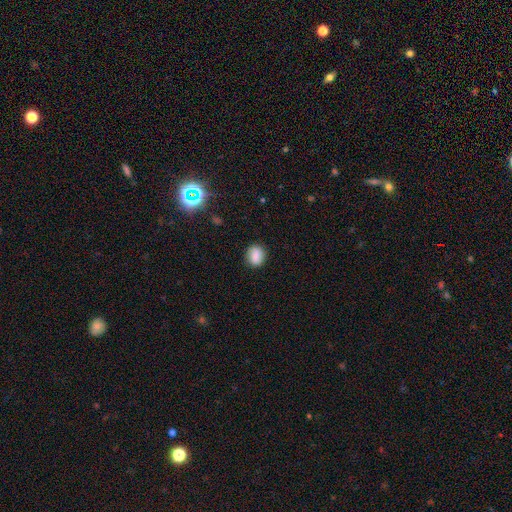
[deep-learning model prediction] This appears to be a smooth galaxy with no disk features (81%) that is round (63%). Merging: none (86%).